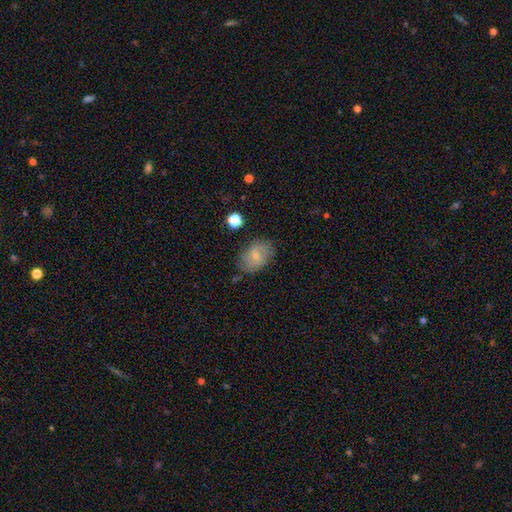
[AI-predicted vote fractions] smooth-or-featured: smooth: 59% | featured or disk: 32% | star or artifact: 9%
  how-rounded: in between: 77% | round: 21% | cigar-shaped: 1%
  merging: none: 73% | minor disturbance: 19% | major disturbance: 6% | merger: 2%